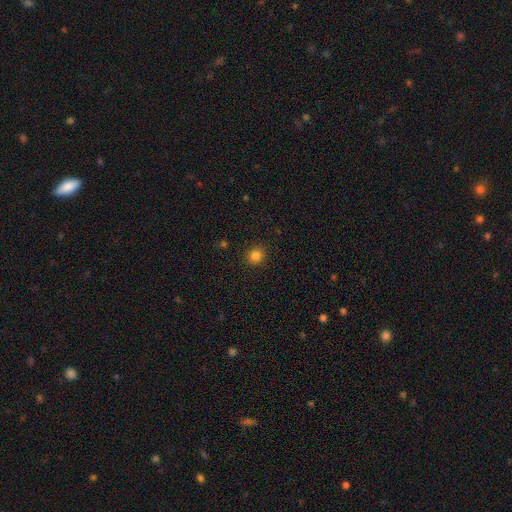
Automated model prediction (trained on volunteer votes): Morphology: type=smooth (83%); roundness=round (91%); merging=none (91%).